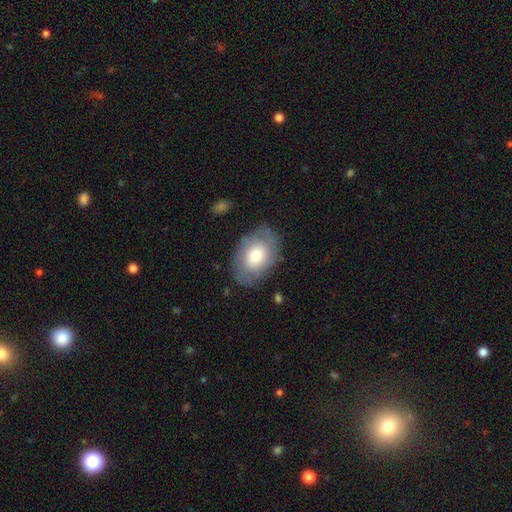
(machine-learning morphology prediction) Smooth or featured: smooth — 63% (featured or disk — 31%)
How rounded: in between — 84% (round — 15%)
Merging: none — 78% (minor disturbance — 16%)